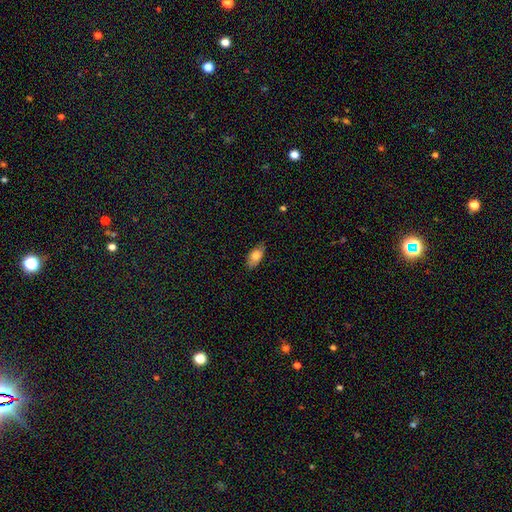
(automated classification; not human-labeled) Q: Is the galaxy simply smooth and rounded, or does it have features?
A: smooth — 79%.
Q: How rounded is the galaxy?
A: in between — 88%.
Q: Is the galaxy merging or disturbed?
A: none — 81%.